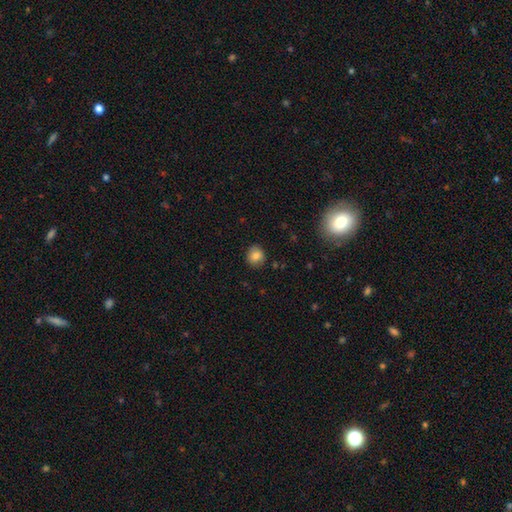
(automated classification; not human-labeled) smooth 81%, star or artifact 10%, featured or disk 9%. Down the decision tree: how rounded — round (83%); merging — none (87%).